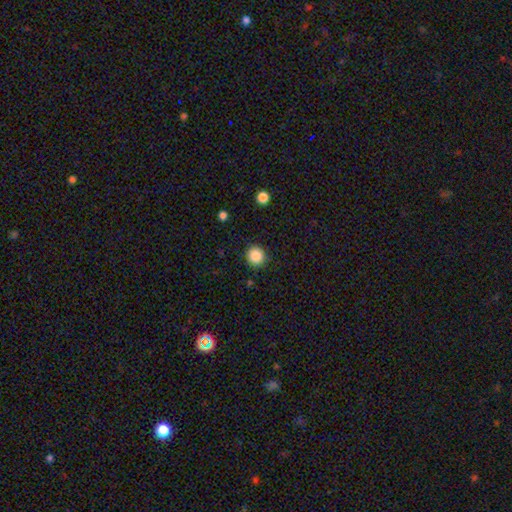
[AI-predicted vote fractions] Smooth or featured? smooth (87%)
How rounded? round (92%)
Merging? none (90%)